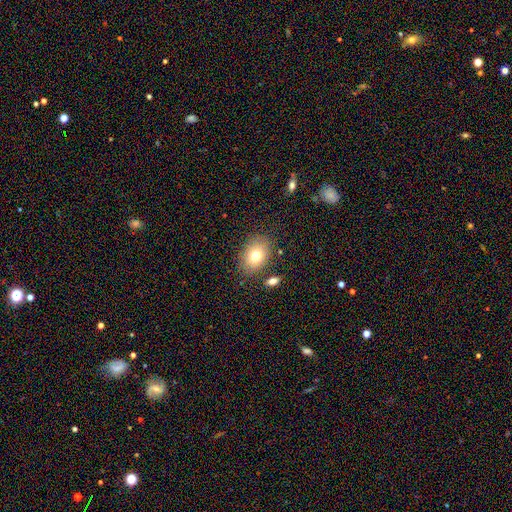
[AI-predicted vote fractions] Overall: smooth (76%). How rounded: in between (74%). Merging: none (81%).